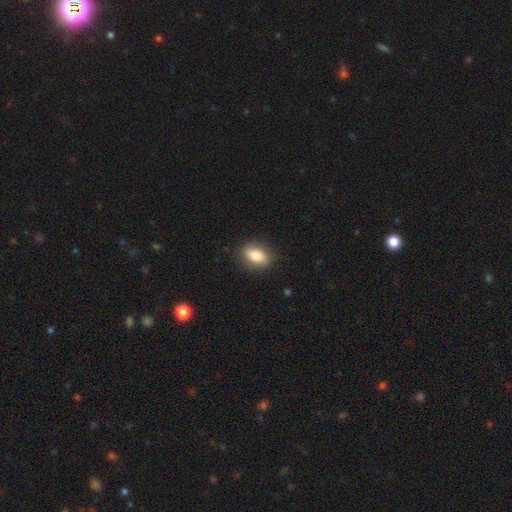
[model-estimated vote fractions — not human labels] Smooth or featured? Predicted: smooth (p=0.82). How rounded? Predicted: in between (p=0.78). Merging? Predicted: none (p=0.86).